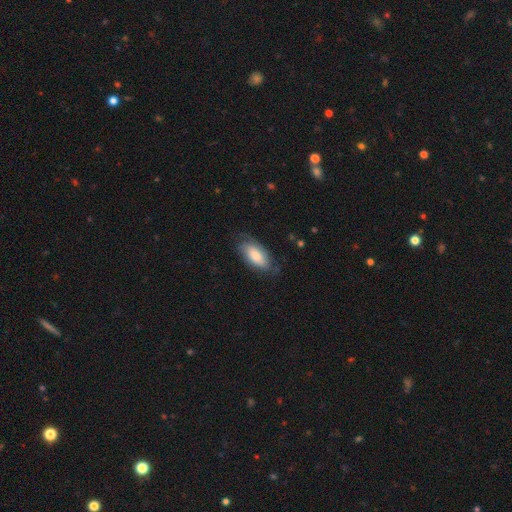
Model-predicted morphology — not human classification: smooth_or_featured: smooth (p=0.68) [alt: featured or disk p=0.25]
how_rounded: in between (p=0.88) [alt: cigar-shaped p=0.10]
merging: none (p=0.66) [alt: minor disturbance p=0.24]